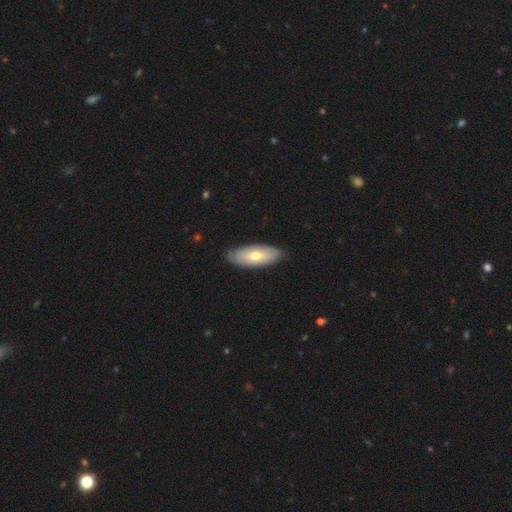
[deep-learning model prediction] This appears to be a smooth galaxy with no disk features (61%) that is in between round and cigar-shaped (80%). Merging: none (82%).